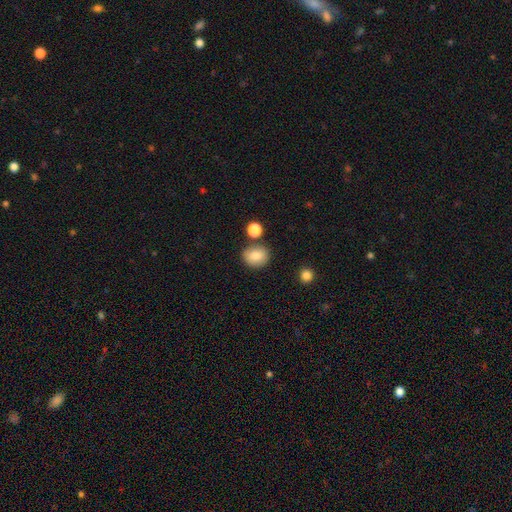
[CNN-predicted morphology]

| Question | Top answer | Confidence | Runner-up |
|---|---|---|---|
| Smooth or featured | smooth | 83% | star or artifact (9%) |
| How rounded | round | 67% | in between (32%) |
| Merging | none | 79% | minor disturbance (11%) |